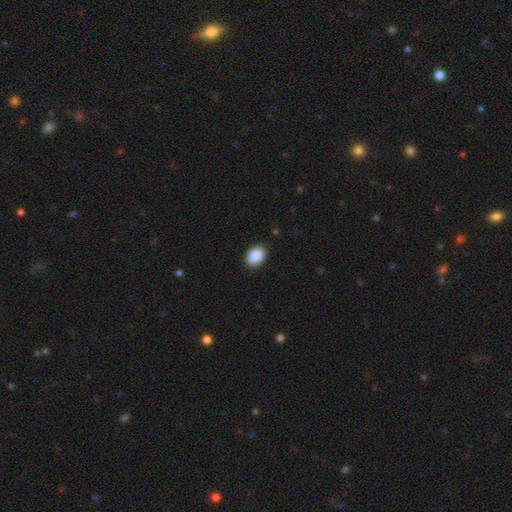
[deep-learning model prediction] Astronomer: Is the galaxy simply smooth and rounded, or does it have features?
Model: smooth — 90%.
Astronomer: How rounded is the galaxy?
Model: in between — 72%.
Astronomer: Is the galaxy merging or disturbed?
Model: none — 88%.